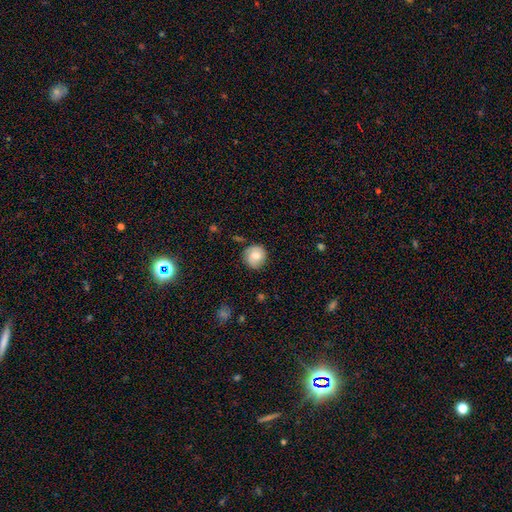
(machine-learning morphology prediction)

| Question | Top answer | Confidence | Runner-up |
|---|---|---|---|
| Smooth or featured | smooth | 68% | featured or disk (24%) |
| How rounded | round | 90% | in between (9%) |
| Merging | none | 75% | minor disturbance (19%) |